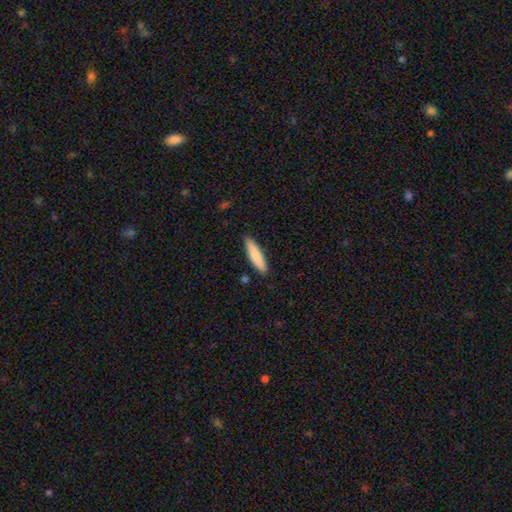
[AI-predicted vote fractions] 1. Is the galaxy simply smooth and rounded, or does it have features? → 82% smooth, 12% featured or disk, 5% star or artifact.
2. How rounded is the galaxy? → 80% cigar-shaped, 18% in between, 1% round.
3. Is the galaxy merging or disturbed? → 89% none, 8% minor disturbance, 2% major disturbance, 1% merger.